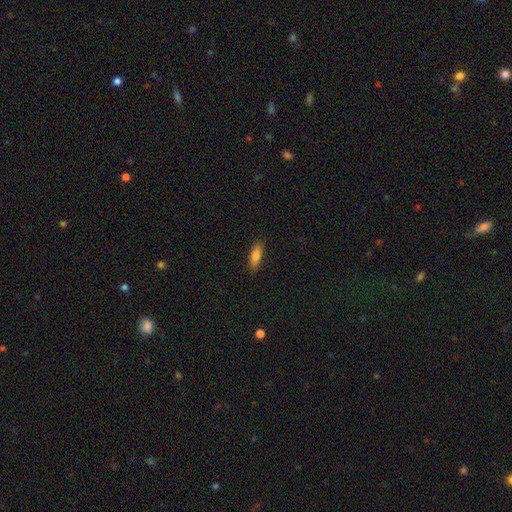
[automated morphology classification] Q: Smooth or featured?
A: smooth (75%); runner-up: featured or disk (18%)
Q: How rounded?
A: in between (61%); runner-up: cigar-shaped (37%)
Q: Merging?
A: none (87%); runner-up: minor disturbance (10%)